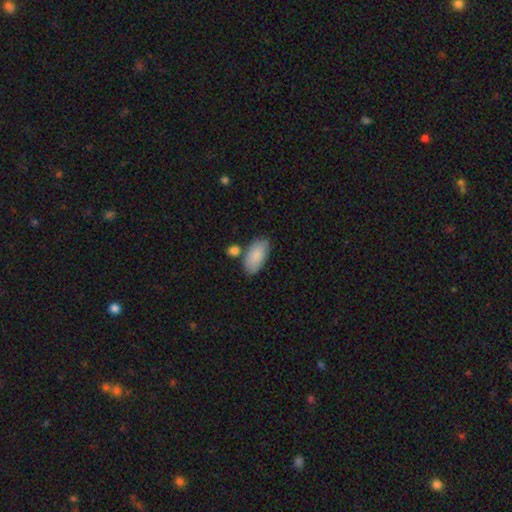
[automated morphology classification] Smooth or featured? smooth (86%)
How rounded? in between (94%)
Merging? none (68%)